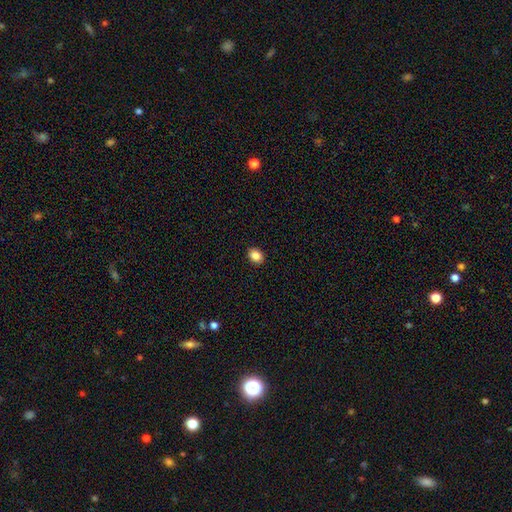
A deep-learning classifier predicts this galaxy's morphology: smooth 86%, star or artifact 9%, featured or disk 5%. Down the decision tree: how rounded — in between (60%); merging — none (91%).